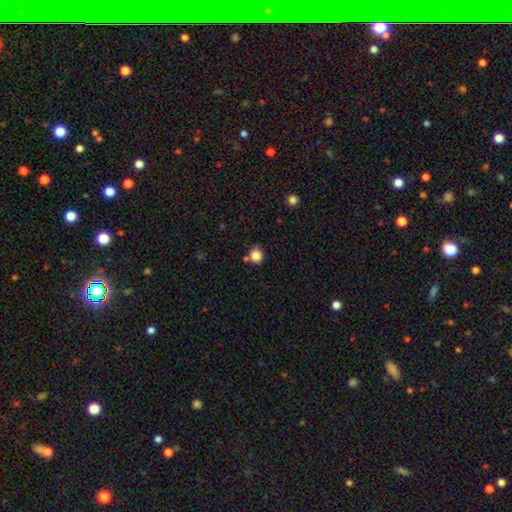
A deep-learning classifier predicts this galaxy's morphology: This appears to be a smooth galaxy with no disk features (84%) that is round (80%). Merging: none (71%).